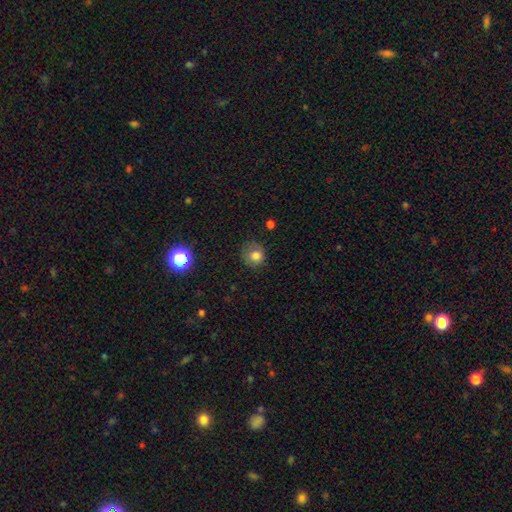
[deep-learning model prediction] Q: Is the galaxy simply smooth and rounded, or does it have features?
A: smooth — 79%.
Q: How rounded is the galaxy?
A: round — 83%.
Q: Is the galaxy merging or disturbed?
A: none — 67%.